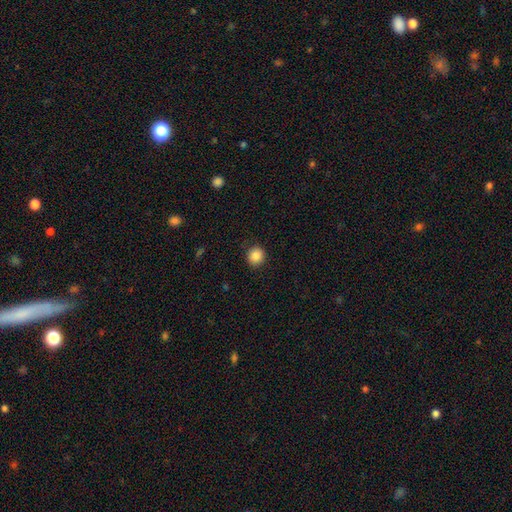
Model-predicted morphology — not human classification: type=smooth (86%); roundness=round (92%); merging=none (89%).